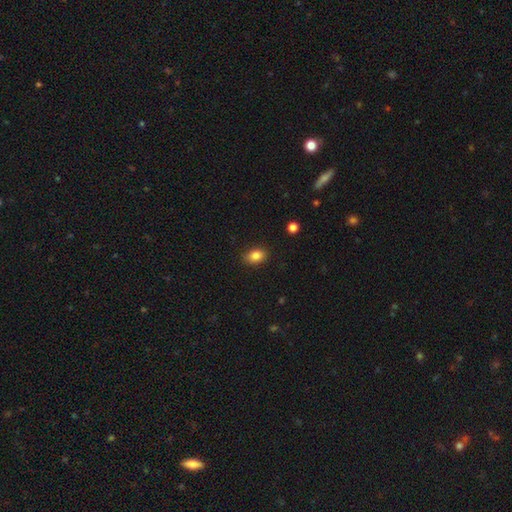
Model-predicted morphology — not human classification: smooth-or-featured: smooth: 86% | star or artifact: 9% | featured or disk: 5%
  how-rounded: in between: 80% | round: 19% | cigar-shaped: 1%
  merging: none: 87% | minor disturbance: 10% | major disturbance: 2% | merger: 1%